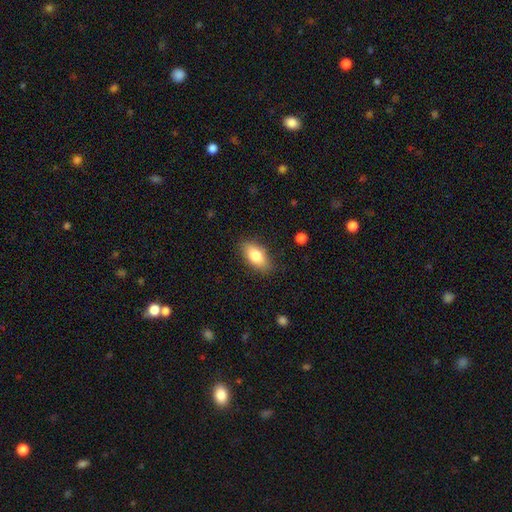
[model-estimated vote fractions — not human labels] Overall: smooth (81%). How rounded: in between (87%). Merging: none (84%).